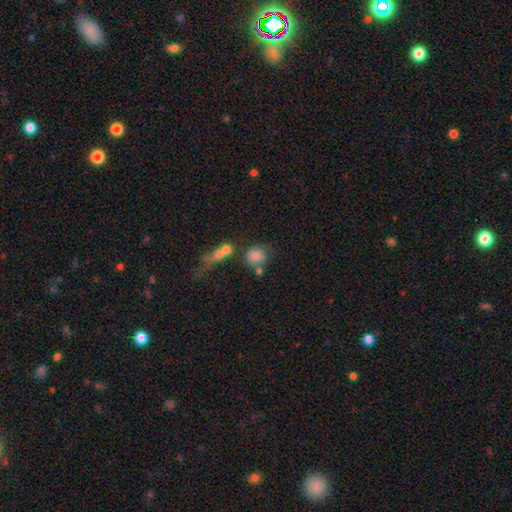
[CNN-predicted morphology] The model was most divided on "merging": none: 44%, merger: 27%, minor disturbance: 17%, major disturbance: 12%. More confident: how rounded — round (74%); smooth or featured — smooth (70%).